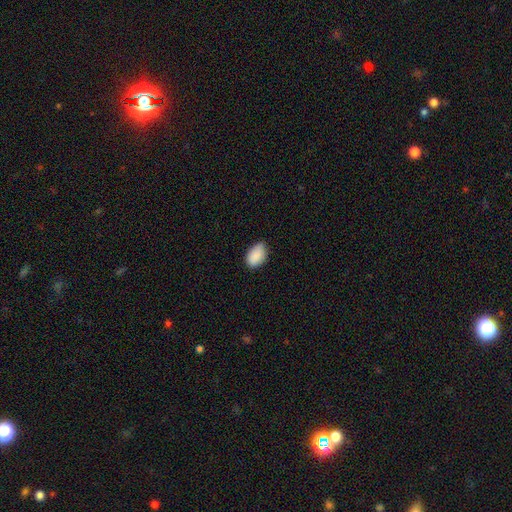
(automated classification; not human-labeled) smooth-or-featured: smooth: 89% | star or artifact: 7% | featured or disk: 4%
  how-rounded: in between: 90% | round: 9% | cigar-shaped: 1%
  merging: none: 74% | minor disturbance: 23% | major disturbance: 3% | merger: 1%